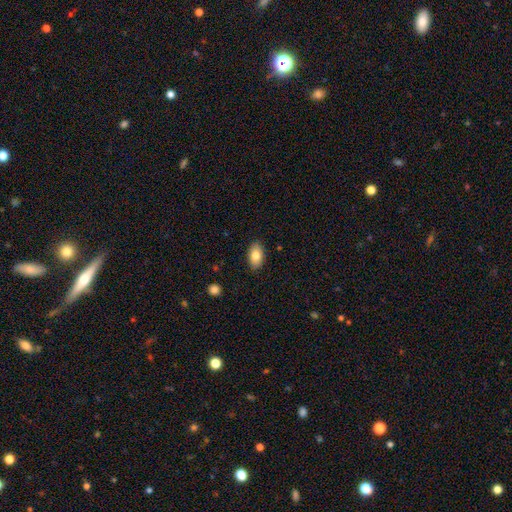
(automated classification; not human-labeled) This is clearly a smooth galaxy (80%). How rounded: clearly in between (92%). Merging: clearly none (88%).